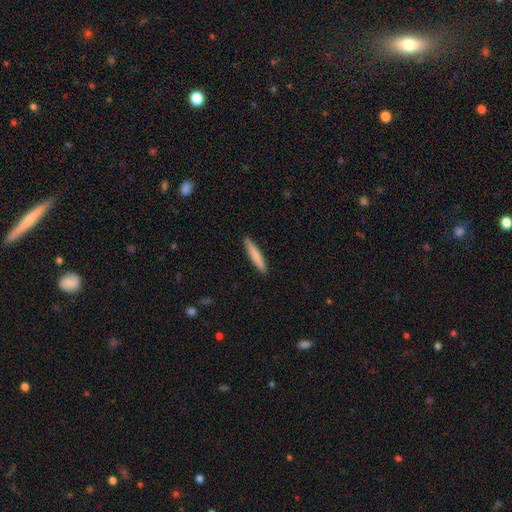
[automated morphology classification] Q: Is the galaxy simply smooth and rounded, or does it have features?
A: smooth — 78%.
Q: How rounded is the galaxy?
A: cigar-shaped — 93%.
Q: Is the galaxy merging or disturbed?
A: none — 90%.